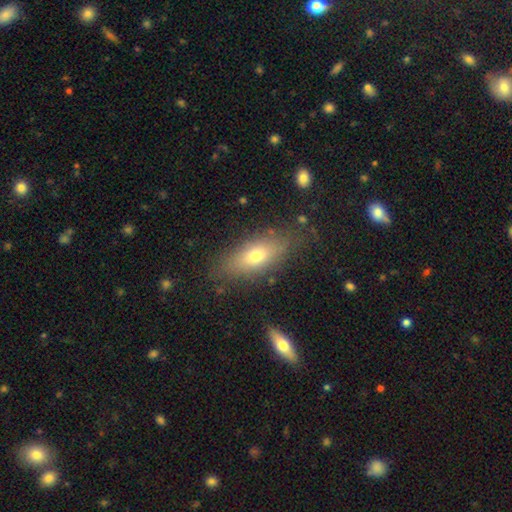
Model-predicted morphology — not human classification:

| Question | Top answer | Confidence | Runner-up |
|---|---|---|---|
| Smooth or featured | smooth | 65% | featured or disk (26%) |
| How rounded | in between | 71% | cigar-shaped (26%) |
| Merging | none | 78% | minor disturbance (14%) |